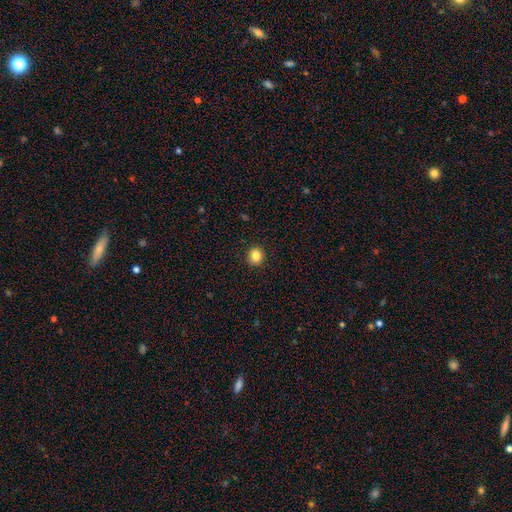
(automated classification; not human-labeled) This appears to be a smooth galaxy with no disk features (84%) that is round (82%). Merging: none (92%).